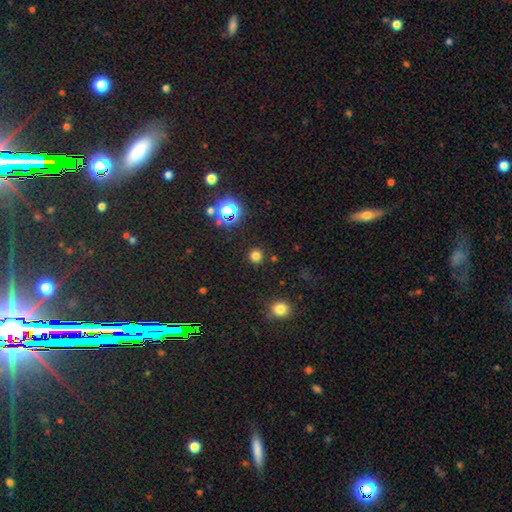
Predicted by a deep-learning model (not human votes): Smooth or featured? smooth (75%)
How rounded? round (94%)
Merging? none (90%)